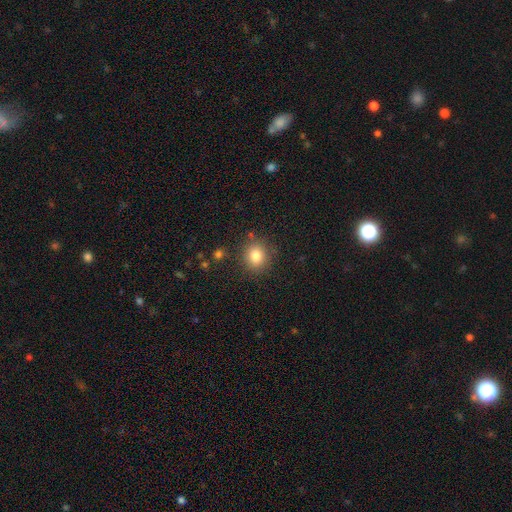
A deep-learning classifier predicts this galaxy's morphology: The model was most divided on "how rounded": round: 80%, in between: 19%, cigar-shaped: 1%. More confident: merging — none (85%); smooth or featured — smooth (81%).